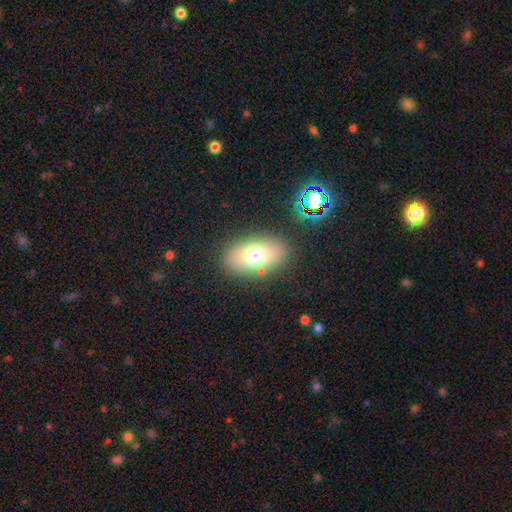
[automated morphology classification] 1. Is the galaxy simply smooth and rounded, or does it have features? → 70% smooth, 17% featured or disk, 13% star or artifact.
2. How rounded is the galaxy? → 86% in between, 12% round, 2% cigar-shaped.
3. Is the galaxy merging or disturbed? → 84% none, 10% minor disturbance, 4% major disturbance, 3% merger.